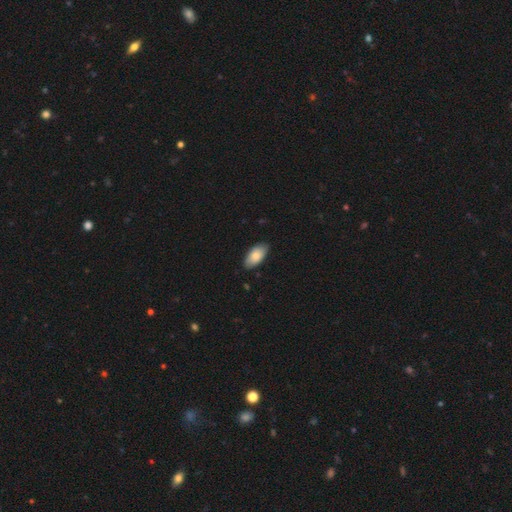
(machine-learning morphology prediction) Smooth or featured?
  - smooth: 81% *
  - featured or disk: 13%
  - star or artifact: 6%
How rounded?
  - in between: 94% *
  - cigar-shaped: 4%
  - round: 2%
Merging?
  - none: 83% *
  - minor disturbance: 14%
  - major disturbance: 2%
  - merger: 1%